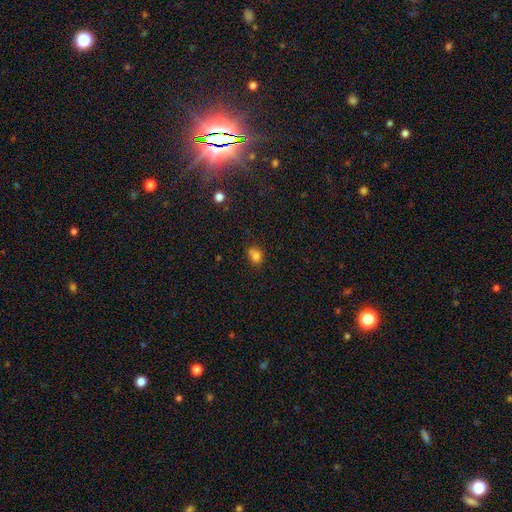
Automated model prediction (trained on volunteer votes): smooth 78%, star or artifact 14%, featured or disk 8%. Down the decision tree: how rounded — round (64%); merging — none (58%).